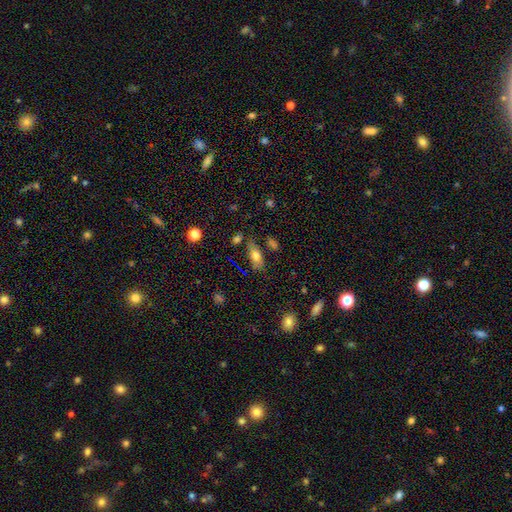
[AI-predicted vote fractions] A smooth galaxy with no disk features (70%) that is in between round and cigar-shaped (80%).

Vote fractions:
- Smooth or featured? smooth: 70% / featured or disk: 21% / star or artifact: 8%
- How rounded? in between: 80% / cigar-shaped: 16% / round: 4%
- Merging? none: 71% / minor disturbance: 17% / merger: 7% / major disturbance: 5%